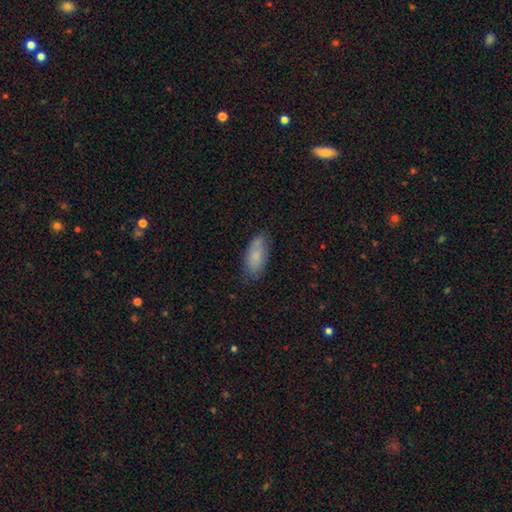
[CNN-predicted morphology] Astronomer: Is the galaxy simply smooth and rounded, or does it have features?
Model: smooth — 81%.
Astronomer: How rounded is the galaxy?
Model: in between — 83%.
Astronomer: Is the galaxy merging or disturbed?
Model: none — 74%.